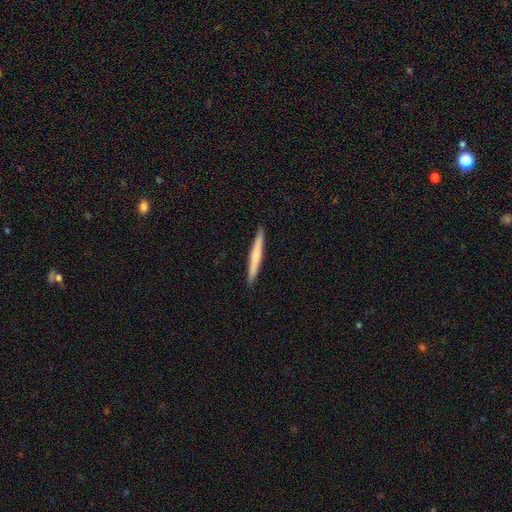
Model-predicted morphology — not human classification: Overall: smooth (54%; featured or disk 41%). How rounded: cigar-shaped (96%). Merging: none (92%).